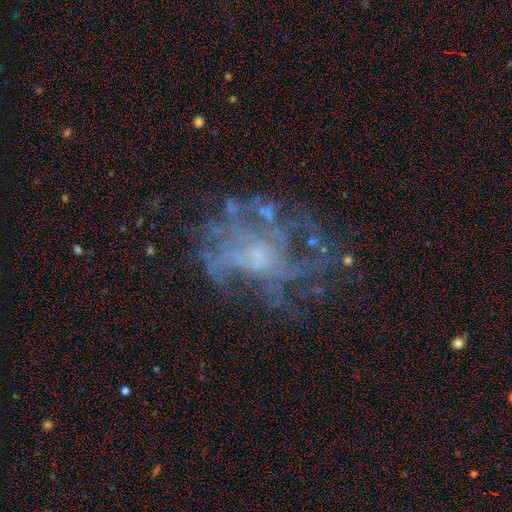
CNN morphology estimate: This is likely a featured or disk galaxy (74%). It is clearly not viewed edge-on (97%). Bar: likely no (77%). Spiral arm pattern: likely yes (63%). Central bulge: marginally small (43%). Merging: possibly none (52%).